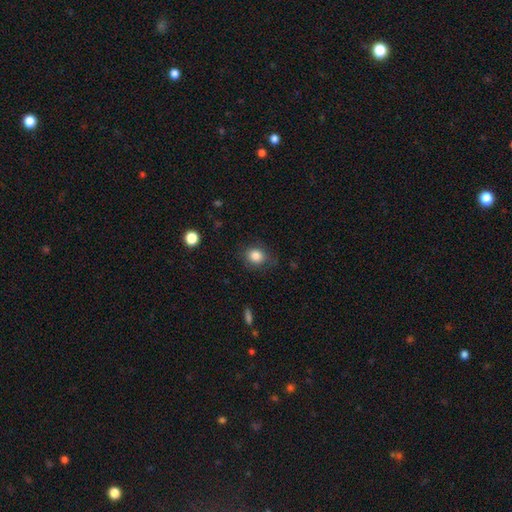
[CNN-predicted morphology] Smooth or featured? Predicted: smooth (p=0.84). How rounded? Predicted: round (p=0.72). Merging? Predicted: none (p=0.75).